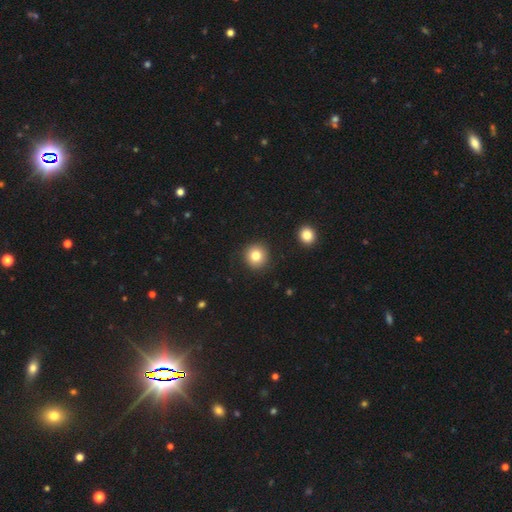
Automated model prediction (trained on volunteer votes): A smooth galaxy with no disk features (81%) that is round (93%).

Vote fractions:
- Smooth or featured? smooth: 81% / star or artifact: 11% / featured or disk: 8%
- How rounded? round: 93% / in between: 6% / cigar-shaped: 1%
- Merging? none: 90% / minor disturbance: 6% / major disturbance: 2% / merger: 2%